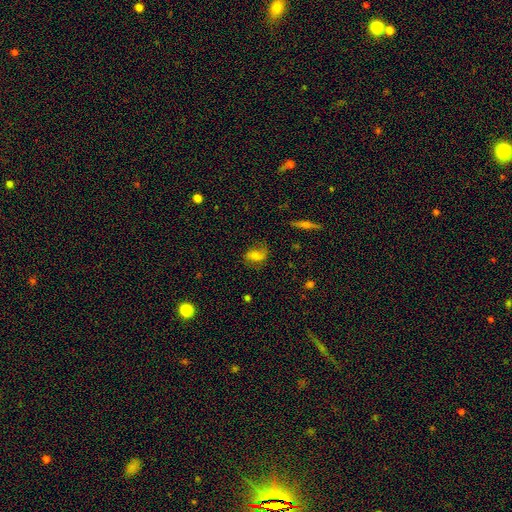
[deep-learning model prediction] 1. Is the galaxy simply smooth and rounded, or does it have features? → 46% smooth, 43% featured or disk, 11% star or artifact.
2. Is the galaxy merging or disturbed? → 68% none, 21% minor disturbance, 10% major disturbance, 2% merger.